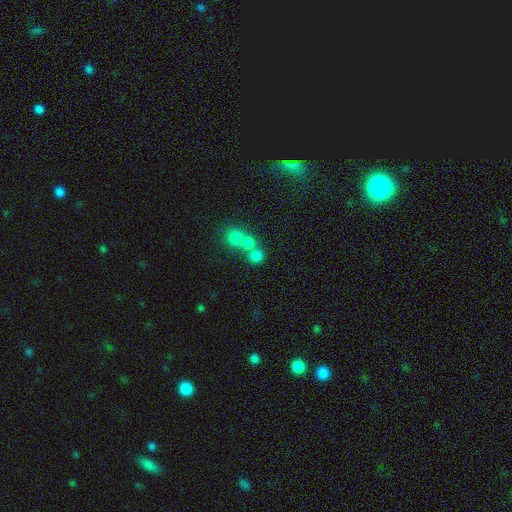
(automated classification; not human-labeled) The model was most divided on "merging": merger: 47%, none: 43%, minor disturbance: 6%, major disturbance: 4%. More confident: how rounded — round (84%); smooth or featured — smooth (74%).